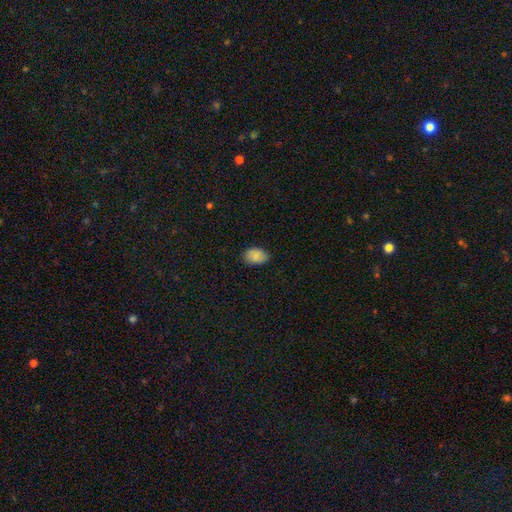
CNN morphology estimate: Q: Smooth or featured?
A: smooth (87%); runner-up: star or artifact (7%)
Q: How rounded?
A: in between (87%); runner-up: round (12%)
Q: Merging?
A: none (86%); runner-up: minor disturbance (11%)